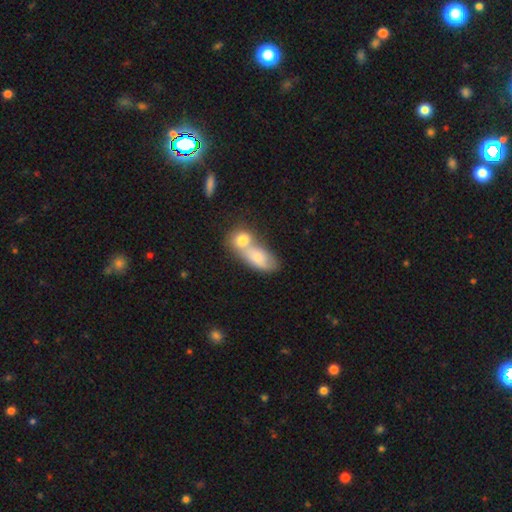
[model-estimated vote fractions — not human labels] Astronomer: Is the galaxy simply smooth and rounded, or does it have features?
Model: smooth — 72%.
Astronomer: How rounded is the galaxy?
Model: in between — 78%.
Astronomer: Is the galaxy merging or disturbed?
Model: merger — 67%.